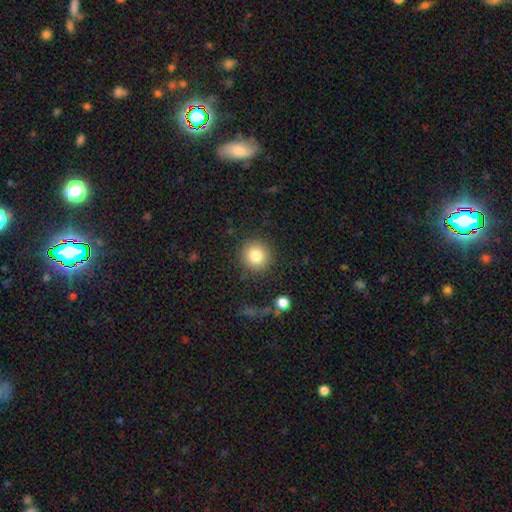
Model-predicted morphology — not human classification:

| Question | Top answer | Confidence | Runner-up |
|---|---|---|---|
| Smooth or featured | smooth | 81% | star or artifact (11%) |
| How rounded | round | 93% | in between (6%) |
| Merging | none | 88% | minor disturbance (7%) |